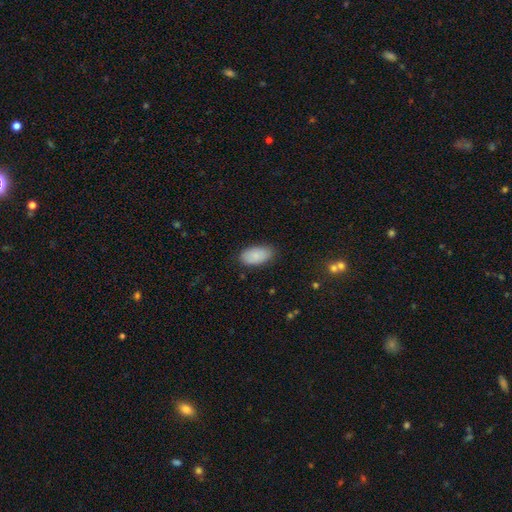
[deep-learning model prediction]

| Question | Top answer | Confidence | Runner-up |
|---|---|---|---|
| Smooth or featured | smooth | 87% | star or artifact (7%) |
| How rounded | in between | 95% | round (3%) |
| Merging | none | 82% | minor disturbance (14%) |